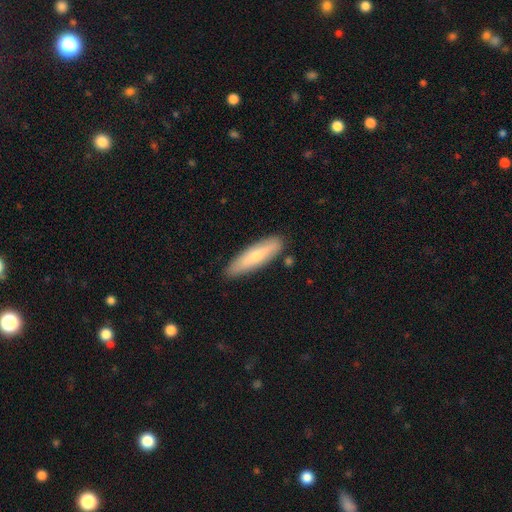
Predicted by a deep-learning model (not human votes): Smooth or featured? Predicted: smooth (p=0.61). How rounded? Predicted: cigar-shaped (p=0.67). Merging? Predicted: none (p=0.85).